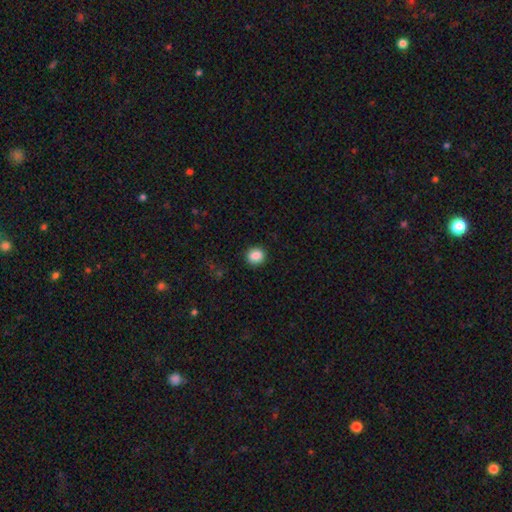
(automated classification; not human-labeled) Smooth or featured: smooth — 88% (star or artifact — 9%)
How rounded: round — 87% (in between — 12%)
Merging: none — 91% (minor disturbance — 6%)